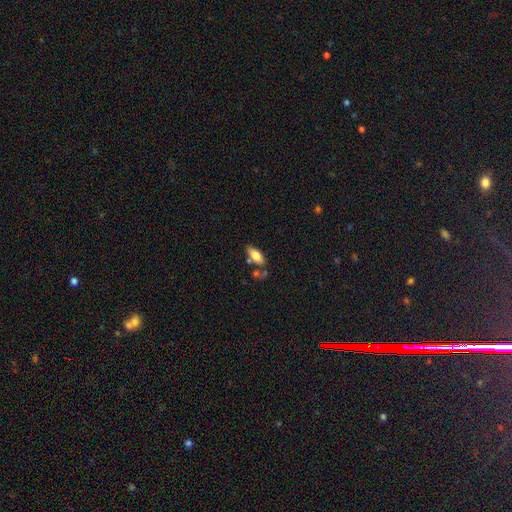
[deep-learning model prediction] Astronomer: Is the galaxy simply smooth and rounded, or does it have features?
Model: smooth — 75%.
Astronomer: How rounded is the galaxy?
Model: in between — 82%.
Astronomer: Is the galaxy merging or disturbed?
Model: none — 63%.